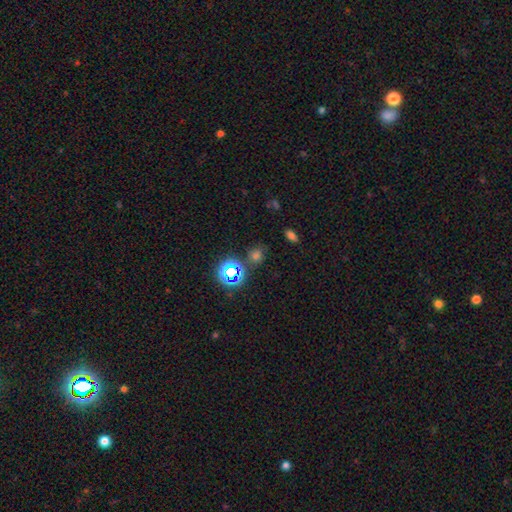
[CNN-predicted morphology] Smooth or featured: smooth — 53% (star or artifact — 40%)
How rounded: round — 76% (in between — 22%)
Merging: none — 77% (minor disturbance — 12%)